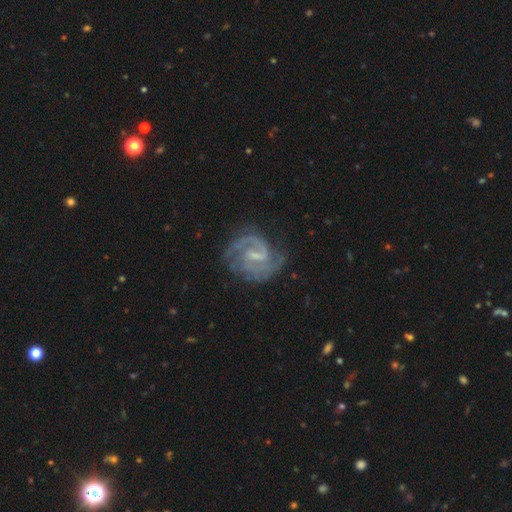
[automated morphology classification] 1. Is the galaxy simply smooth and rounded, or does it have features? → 90% featured or disk, 5% star or artifact, 5% smooth.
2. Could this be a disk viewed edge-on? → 98% no, 2% yes.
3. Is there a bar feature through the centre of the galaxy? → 59% weak, 27% strong, 14% no.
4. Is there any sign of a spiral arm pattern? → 97% yes, 3% no.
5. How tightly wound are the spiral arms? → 48% medium, 42% tight, 10% loose.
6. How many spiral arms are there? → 77% 2, 8% 3, 8% can't tell, 3% 1, 2% 4, 2% more than 4.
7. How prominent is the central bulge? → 52% small, 23% moderate, 22% none, 1% large, 1% dominant.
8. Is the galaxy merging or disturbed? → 72% none, 18% minor disturbance, 9% major disturbance, 2% merger.